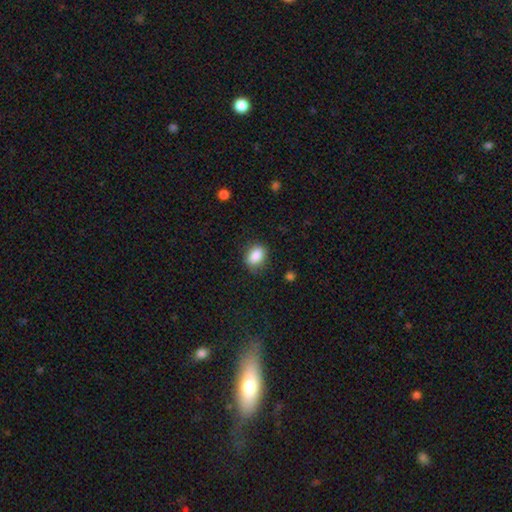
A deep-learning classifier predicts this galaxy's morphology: This appears to be a smooth galaxy with no disk features (87%) that is in between round and cigar-shaped (75%). Merging: none (79%).